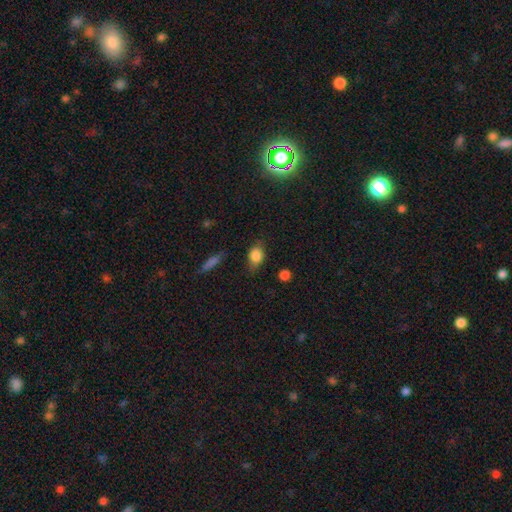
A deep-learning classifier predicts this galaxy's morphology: This is clearly a smooth galaxy (82%). How rounded: likely in between (70%). Merging: likely none (71%).